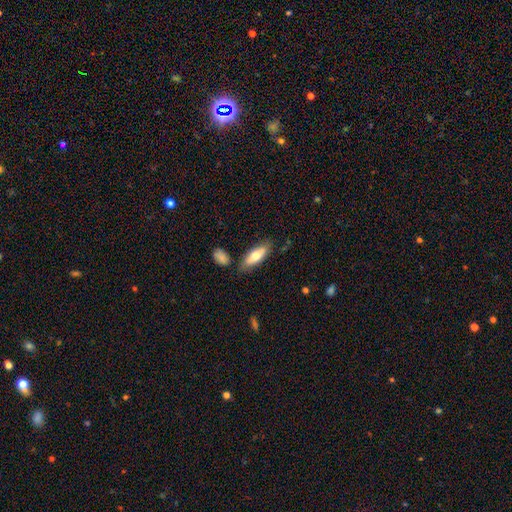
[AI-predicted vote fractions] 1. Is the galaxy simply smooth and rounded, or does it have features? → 68% smooth, 26% featured or disk, 6% star or artifact.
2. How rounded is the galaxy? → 64% in between, 34% cigar-shaped, 2% round.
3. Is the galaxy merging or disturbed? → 76% none, 15% minor disturbance, 5% merger, 3% major disturbance.